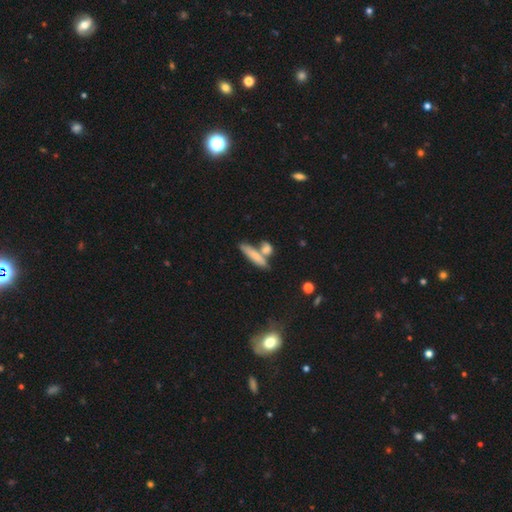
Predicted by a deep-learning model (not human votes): Morphology: type=smooth (69%); roundness=cigar-shaped (70%); merging=none (54%).